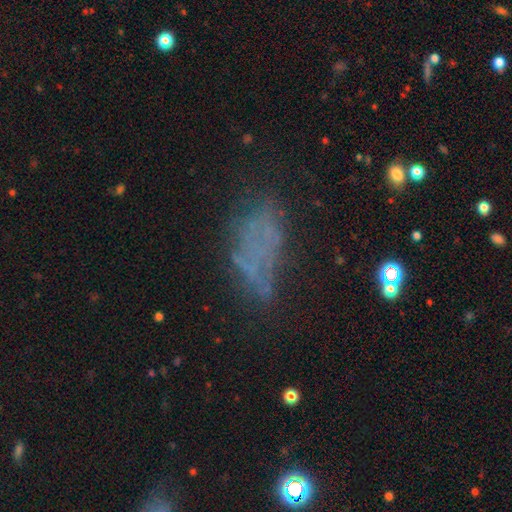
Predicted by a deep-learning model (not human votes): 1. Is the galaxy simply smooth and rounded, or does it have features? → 43% smooth, 32% featured or disk, 25% star or artifact.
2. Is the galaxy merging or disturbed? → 44% none, 26% major disturbance, 25% minor disturbance, 5% merger.